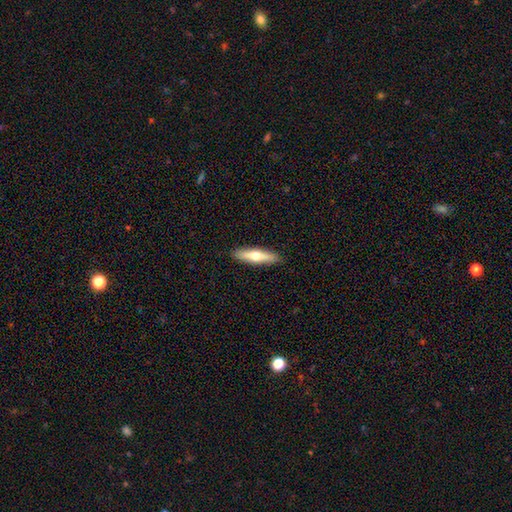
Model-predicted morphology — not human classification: A smooth galaxy with no disk features (52%) that is cigar-shaped (72%).

Vote fractions:
- Smooth or featured? smooth: 52% / featured or disk: 42% / star or artifact: 6%
- How rounded? cigar-shaped: 72% / in between: 26% / round: 2%
- Merging? none: 90% / minor disturbance: 7% / major disturbance: 2% / merger: 1%